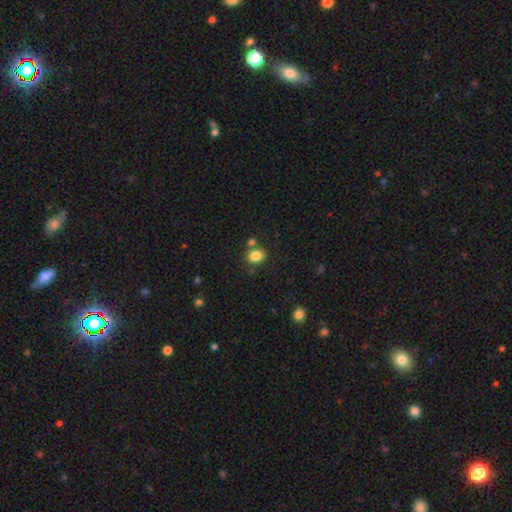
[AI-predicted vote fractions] Smooth or featured?
  - smooth: 83% *
  - star or artifact: 11%
  - featured or disk: 6%
How rounded?
  - round: 56% *
  - in between: 43%
  - cigar-shaped: 1%
Merging?
  - none: 72% *
  - merger: 14%
  - minor disturbance: 10%
  - major disturbance: 3%